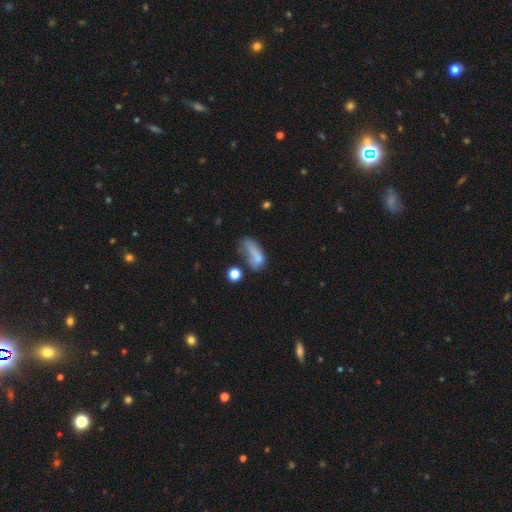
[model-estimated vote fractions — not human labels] smooth_or_featured: smooth (p=0.64) [alt: featured or disk p=0.24]
how_rounded: in between (p=0.80) [alt: cigar-shaped p=0.12]
merging: major disturbance (p=0.39) [alt: minor disturbance p=0.24]